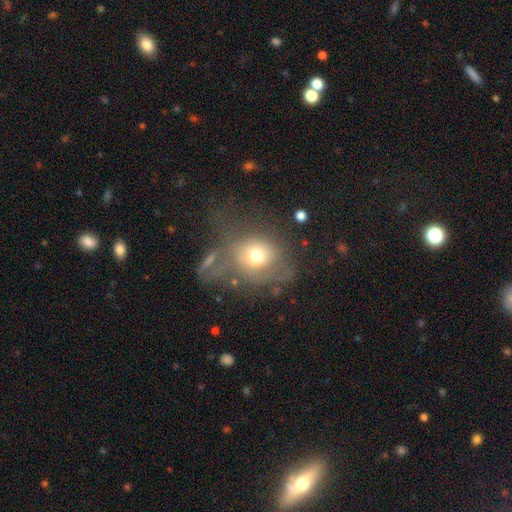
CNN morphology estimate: Smooth or featured?
  - smooth: 63% *
  - featured or disk: 25%
  - star or artifact: 12%
How rounded?
  - round: 71% *
  - in between: 28%
  - cigar-shaped: 1%
Merging?
  - major disturbance: 32% * (tied)
  - none: 32% * (tied)
  - merger: 18%
  - minor disturbance: 17%